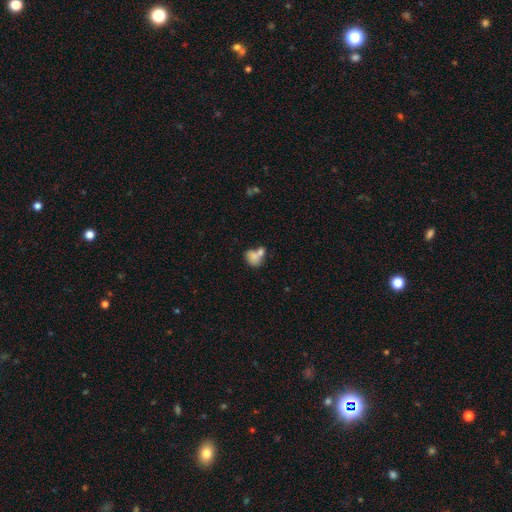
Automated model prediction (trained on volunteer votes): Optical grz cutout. It shows a smooth galaxy with no disk features (76%) that is in between round and cigar-shaped (63%). Merging: merger (55%).